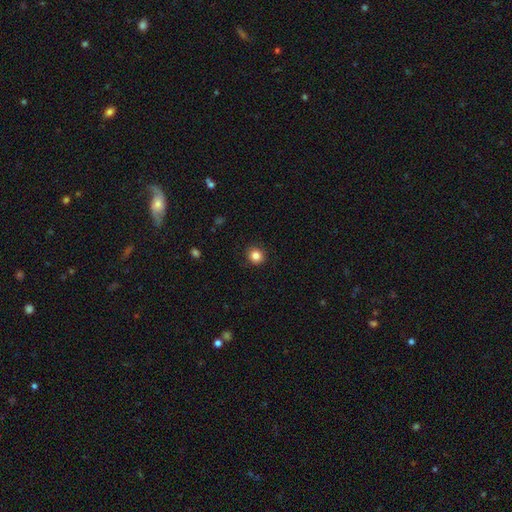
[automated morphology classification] The model was most divided on "smooth or featured": smooth: 84%, star or artifact: 11%, featured or disk: 5%. More confident: merging — none (90%); how rounded — round (89%).